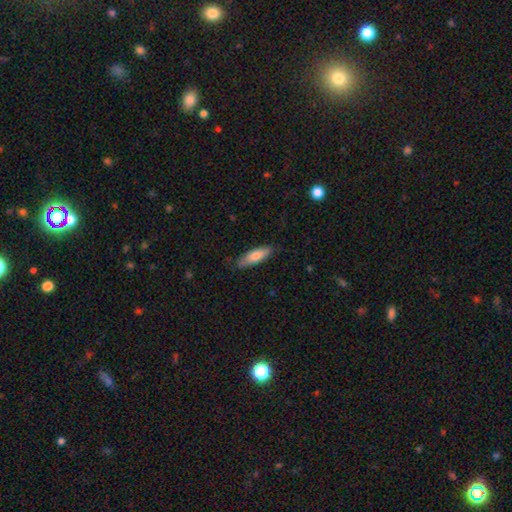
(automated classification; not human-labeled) Smooth or featured?
  - smooth: 78% *
  - featured or disk: 17%
  - star or artifact: 5%
How rounded?
  - in between: 49% * (tied)
  - cigar-shaped: 49% * (tied)
  - round: 2%
Merging?
  - none: 80% *
  - minor disturbance: 16%
  - major disturbance: 3%
  - merger: 1%